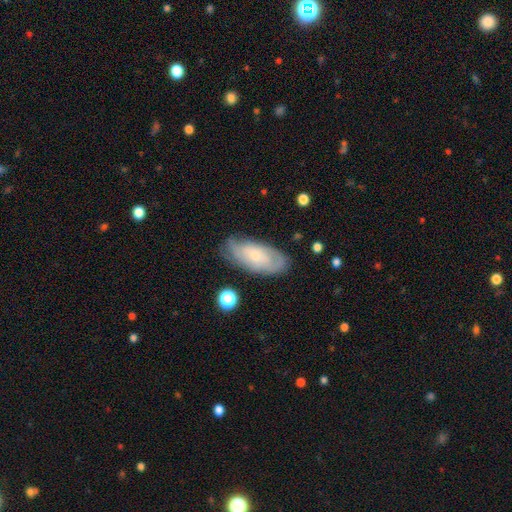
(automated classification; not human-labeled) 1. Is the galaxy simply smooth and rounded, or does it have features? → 54% featured or disk, 39% smooth, 7% star or artifact.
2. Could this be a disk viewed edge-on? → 90% no, 10% yes.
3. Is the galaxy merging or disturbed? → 73% none, 20% minor disturbance, 6% major disturbance, 2% merger.